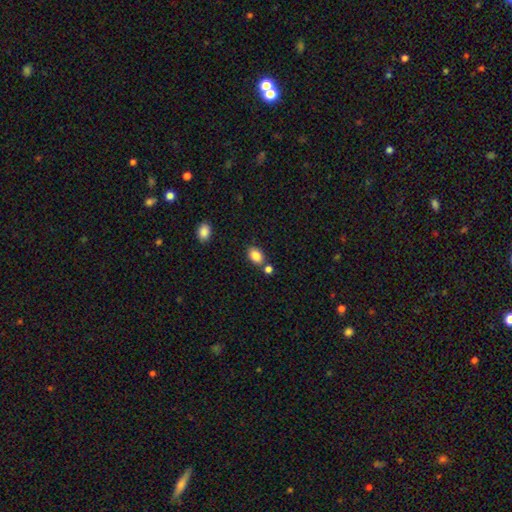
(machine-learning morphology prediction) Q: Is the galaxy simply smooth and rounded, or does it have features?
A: smooth — 86%.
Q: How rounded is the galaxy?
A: in between — 80%.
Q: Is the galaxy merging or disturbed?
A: none — 67%.